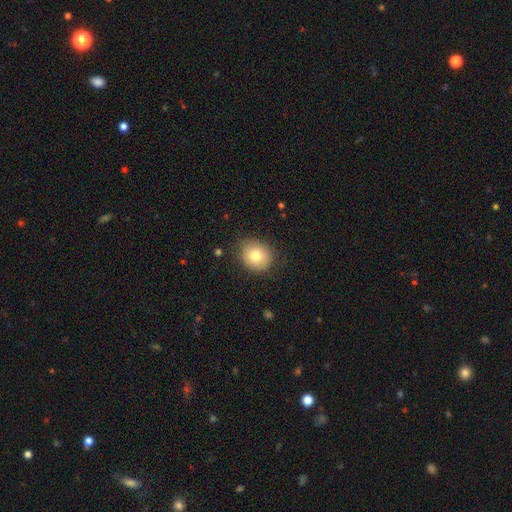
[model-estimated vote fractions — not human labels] smooth-or-featured: smooth: 78% | featured or disk: 13% | star or artifact: 9%
  how-rounded: round: 72% | in between: 28% | cigar-shaped: 1%
  merging: none: 80% | minor disturbance: 15% | major disturbance: 3% | merger: 1%